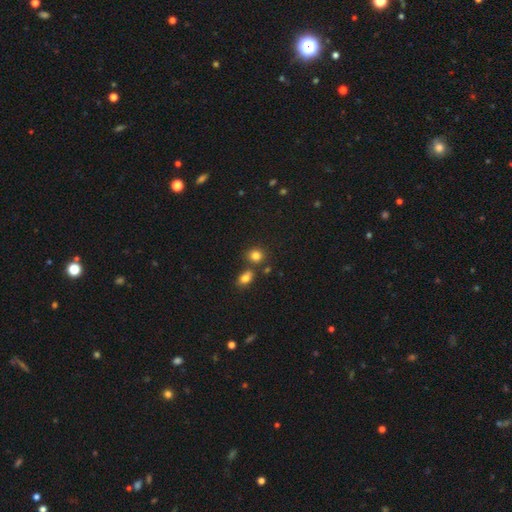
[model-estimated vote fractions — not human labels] A smooth galaxy with no disk features (81%) that is round (73%).

Vote fractions:
- Smooth or featured? smooth: 81% / star or artifact: 13% / featured or disk: 7%
- How rounded? round: 73% / in between: 26% / cigar-shaped: 1%
- Merging? none: 67% / merger: 21% / minor disturbance: 10% / major disturbance: 3%